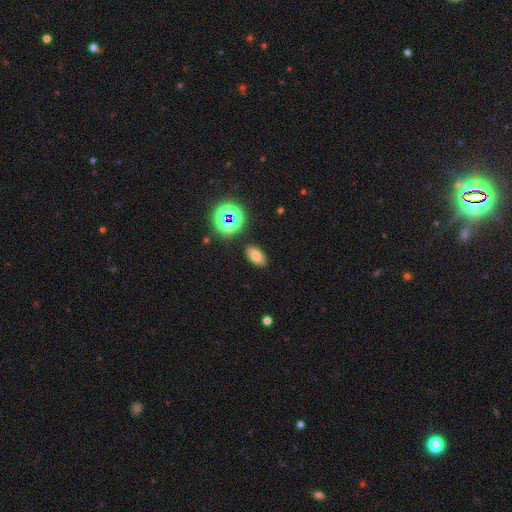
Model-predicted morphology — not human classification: Smooth or featured? Predicted: smooth (p=0.72). How rounded? Predicted: in between (p=0.89). Merging? Predicted: none (p=0.86).